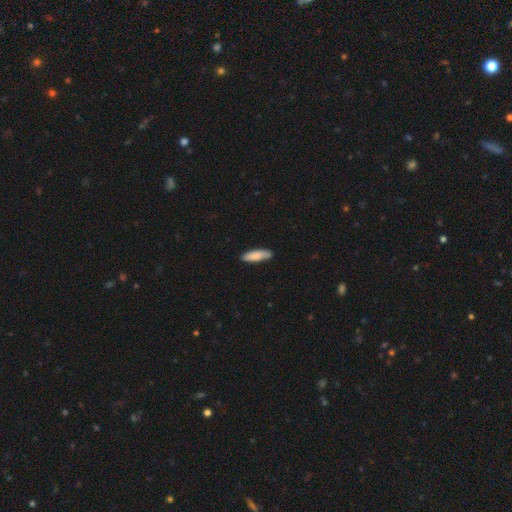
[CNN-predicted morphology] Smooth or featured? smooth (84%)
How rounded? cigar-shaped (58%)
Merging? none (82%)